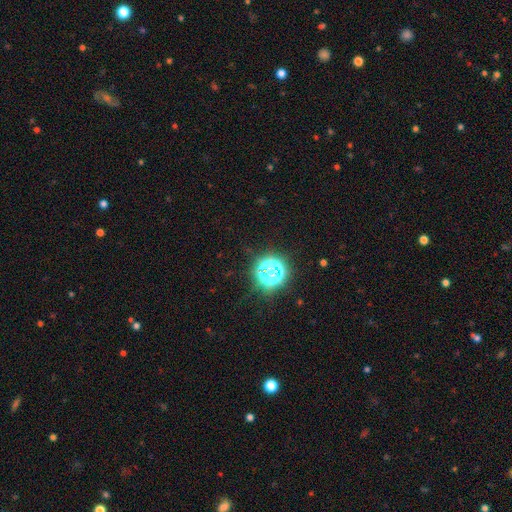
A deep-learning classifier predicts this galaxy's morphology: A star or artifact, not a galaxy (79%).